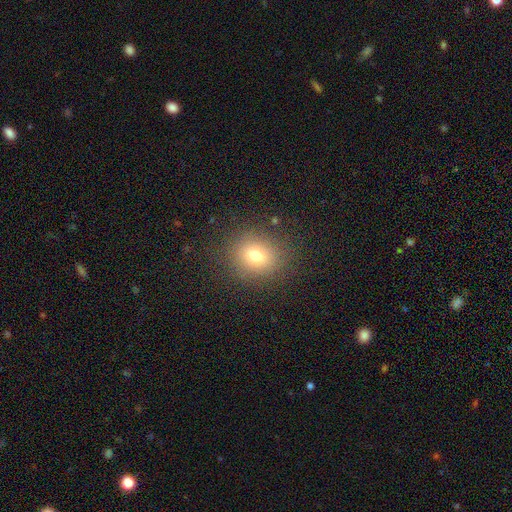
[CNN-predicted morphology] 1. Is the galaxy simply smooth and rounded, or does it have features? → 76% smooth, 14% star or artifact, 10% featured or disk.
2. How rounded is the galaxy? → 74% round, 25% in between, 1% cigar-shaped.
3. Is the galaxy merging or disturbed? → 86% none, 9% minor disturbance, 4% major disturbance, 1% merger.